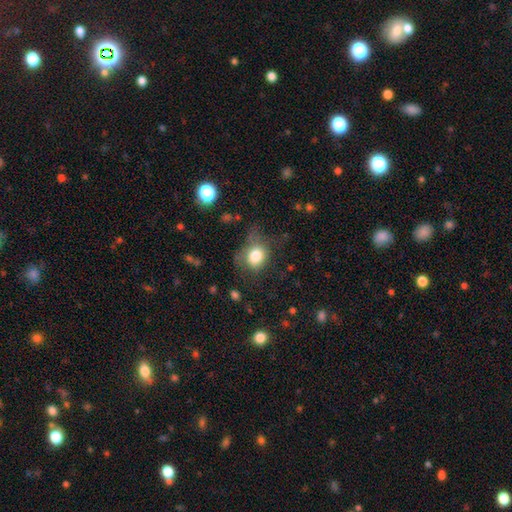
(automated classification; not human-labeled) Smooth or featured: smooth — 78% (featured or disk — 12%)
How rounded: round — 60% (in between — 39%)
Merging: none — 49% (minor disturbance — 27%)